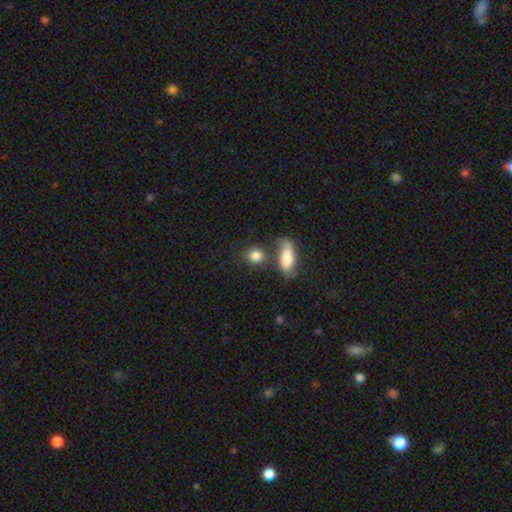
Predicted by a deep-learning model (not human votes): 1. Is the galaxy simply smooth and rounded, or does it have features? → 83% smooth, 9% featured or disk, 9% star or artifact.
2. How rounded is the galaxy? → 54% round, 42% in between, 3% cigar-shaped.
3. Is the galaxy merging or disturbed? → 55% none, 24% merger, 15% minor disturbance, 6% major disturbance.